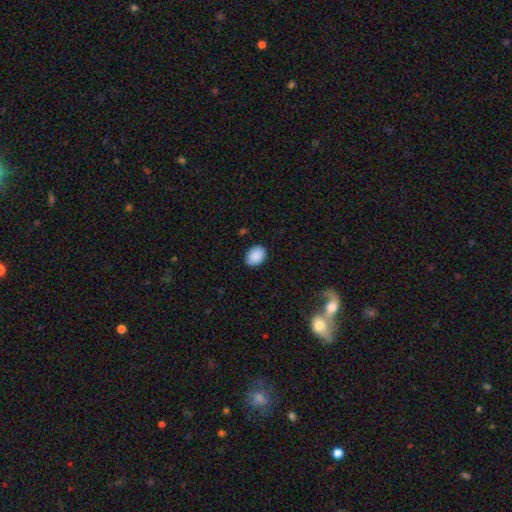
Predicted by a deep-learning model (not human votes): Smooth or featured? Predicted: smooth (p=0.90). How rounded? Predicted: in between (p=0.75). Merging? Predicted: none (p=0.86).